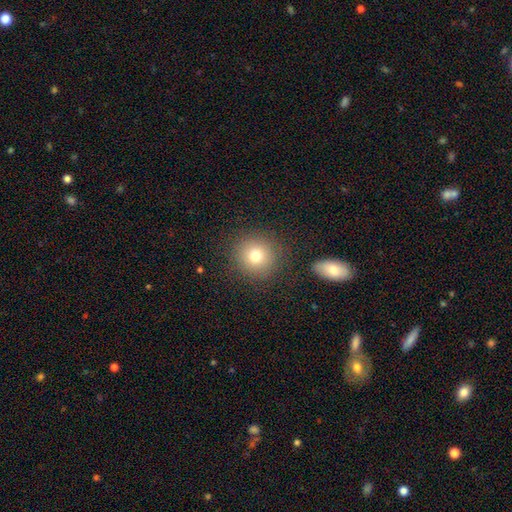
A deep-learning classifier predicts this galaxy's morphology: Smooth or featured? Predicted: smooth (p=0.75). How rounded? Predicted: round (p=0.92). Merging? Predicted: none (p=0.87).